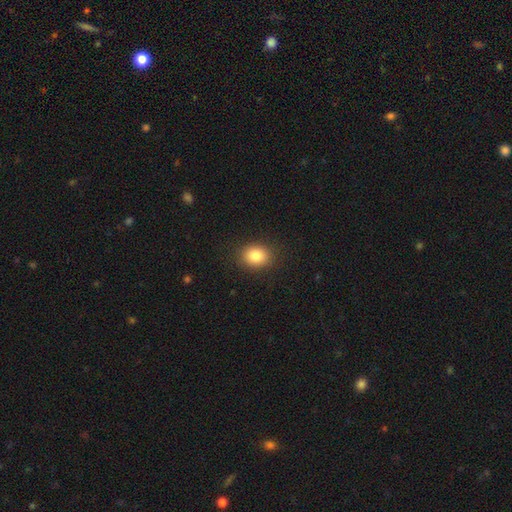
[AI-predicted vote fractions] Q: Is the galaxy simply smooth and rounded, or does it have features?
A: smooth — 84%.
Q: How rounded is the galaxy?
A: round — 54%.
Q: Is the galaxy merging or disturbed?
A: none — 89%.